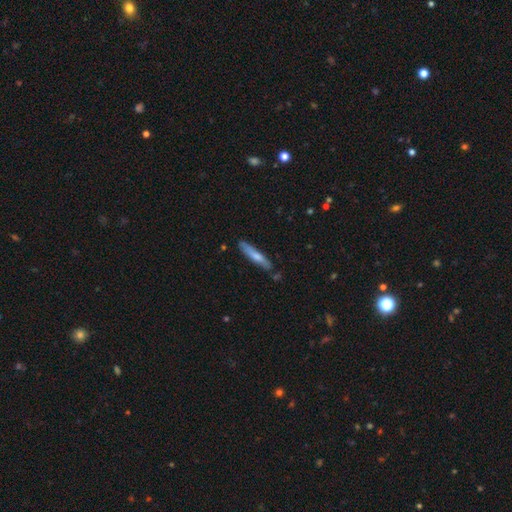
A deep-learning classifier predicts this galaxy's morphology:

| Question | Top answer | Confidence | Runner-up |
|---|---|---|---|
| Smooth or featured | smooth | 64% | featured or disk (31%) |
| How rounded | cigar-shaped | 90% | in between (9%) |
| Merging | none | 79% | minor disturbance (15%) |